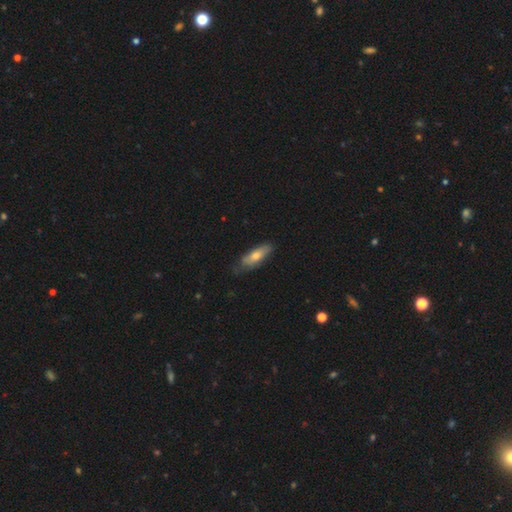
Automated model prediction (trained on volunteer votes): smooth-or-featured: smooth: 62% | featured or disk: 32% | star or artifact: 6%
  how-rounded: in between: 54% | cigar-shaped: 44% | round: 2%
  merging: none: 65% | minor disturbance: 28% | major disturbance: 6% | merger: 2%